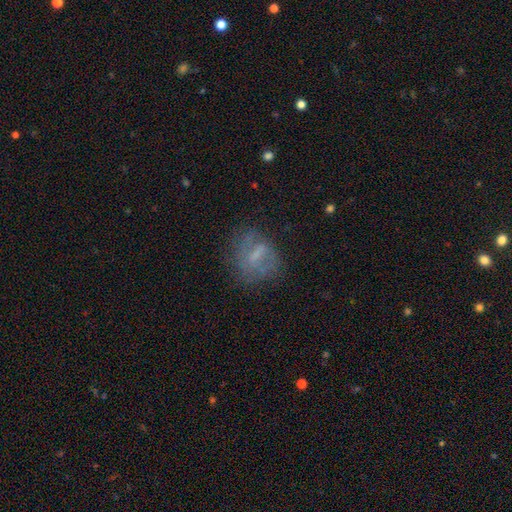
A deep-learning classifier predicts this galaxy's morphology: This appears to be a featured or disk galaxy (47%). Merging: none (53%).